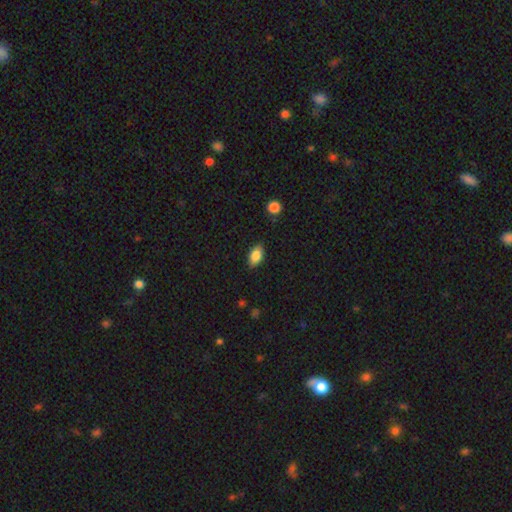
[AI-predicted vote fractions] Smooth or featured? Predicted: smooth (p=0.84). How rounded? Predicted: in between (p=0.89). Merging? Predicted: none (p=0.83).